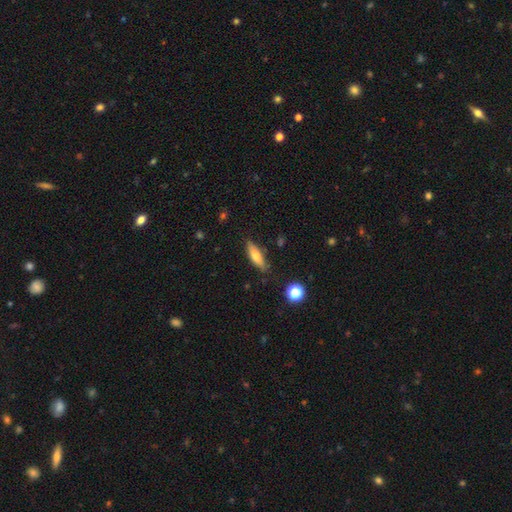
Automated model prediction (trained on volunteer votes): smooth_or_featured: smooth (p=0.65) [alt: featured or disk p=0.27]
how_rounded: cigar-shaped (p=0.53) [alt: in between p=0.44]
merging: none (p=0.82) [alt: minor disturbance p=0.13]